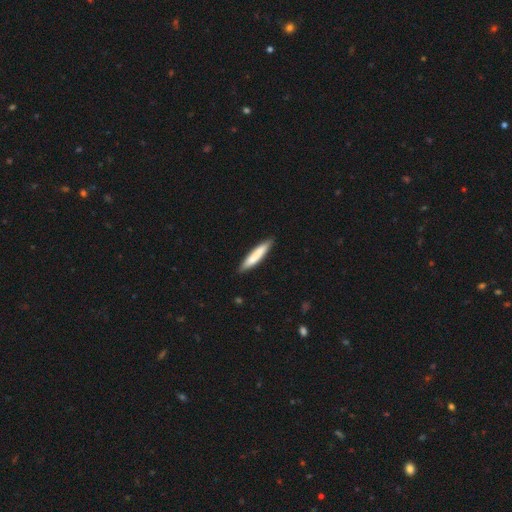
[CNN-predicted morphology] smooth-or-featured: smooth: 78% | featured or disk: 17% | star or artifact: 5%
  how-rounded: cigar-shaped: 88% | in between: 11% | round: 1%
  merging: none: 86% | minor disturbance: 11% | major disturbance: 2% | merger: 1%